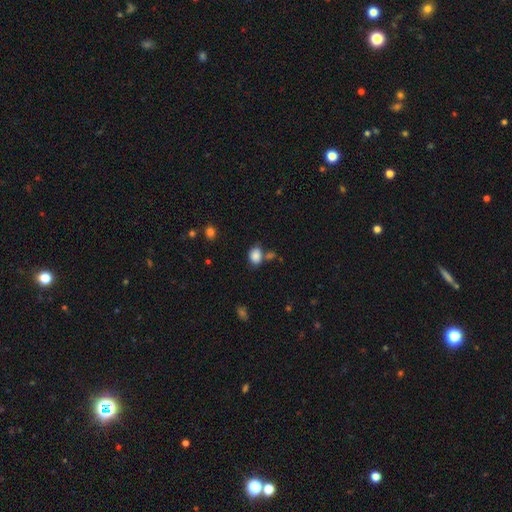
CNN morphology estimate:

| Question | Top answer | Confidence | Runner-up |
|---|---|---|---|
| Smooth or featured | smooth | 86% | star or artifact (9%) |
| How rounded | in between | 64% | round (35%) |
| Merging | none | 61% | minor disturbance (17%) |